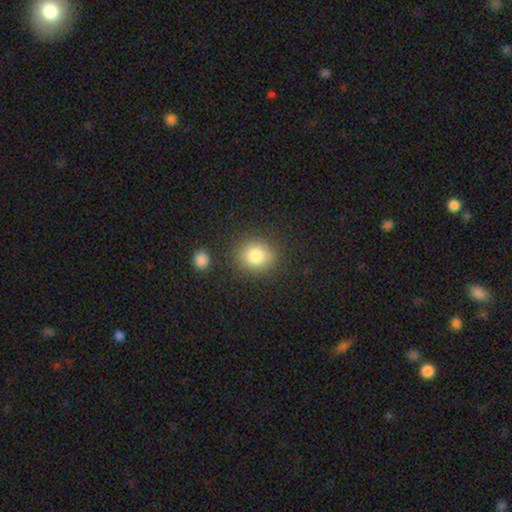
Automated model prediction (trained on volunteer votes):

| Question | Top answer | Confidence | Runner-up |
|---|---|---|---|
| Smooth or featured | smooth | 83% | star or artifact (10%) |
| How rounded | round | 78% | in between (21%) |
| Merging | none | 84% | minor disturbance (10%) |